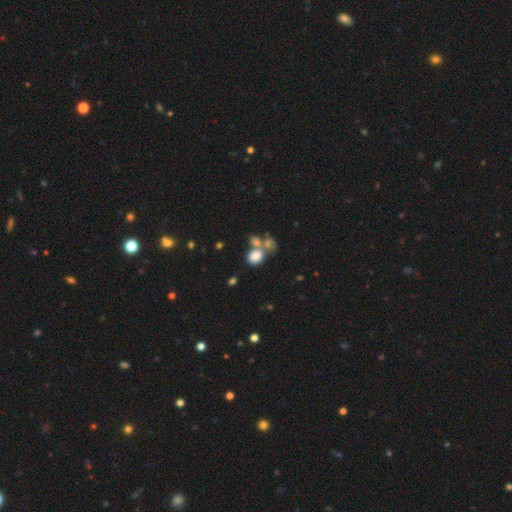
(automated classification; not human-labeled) Morphology: type=smooth (78%); roundness=in between (54%); merging=merger (48%).